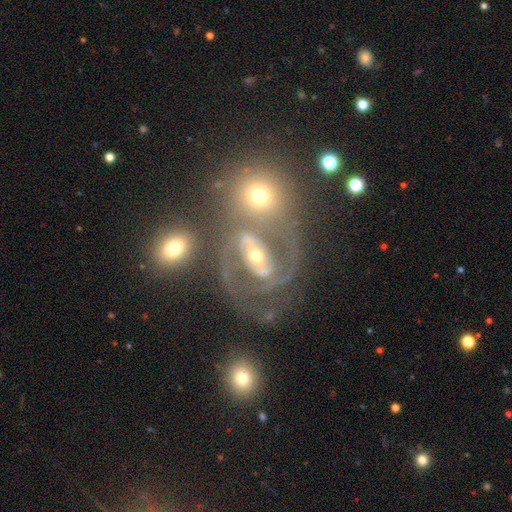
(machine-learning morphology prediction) Smooth or featured? Predicted: featured or disk (p=0.78). Edge-on disk? Predicted: no (p=0.96). Bar? Predicted: weak (p=0.39). Spiral arms? Predicted: yes (p=0.89). Spiral winding? Predicted: medium (p=0.53). Spiral arm count? Predicted: 2 (p=0.80). Bulge size? Predicted: small (p=0.48). Merging? Predicted: none (p=0.47).